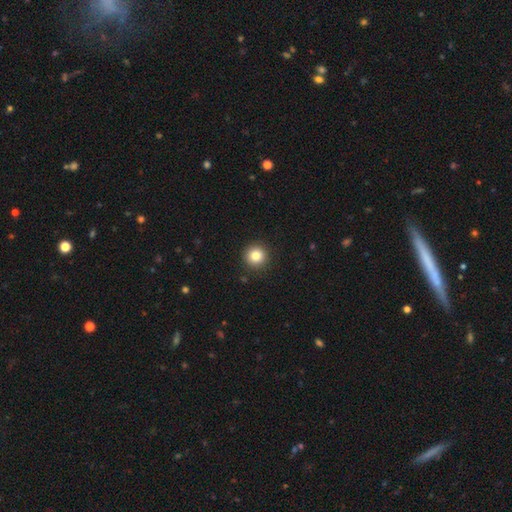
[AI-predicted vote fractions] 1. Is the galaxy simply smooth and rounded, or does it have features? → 84% smooth, 10% star or artifact, 6% featured or disk.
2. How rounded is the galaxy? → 95% round, 4% in between, 1% cigar-shaped.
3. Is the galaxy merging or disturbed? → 92% none, 6% minor disturbance, 2% major disturbance, 1% merger.